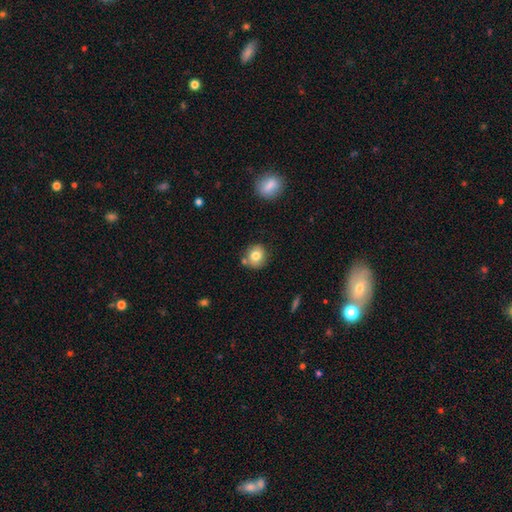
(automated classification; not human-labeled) Smooth or featured? smooth (78%)
How rounded? round (83%)
Merging? none (73%)